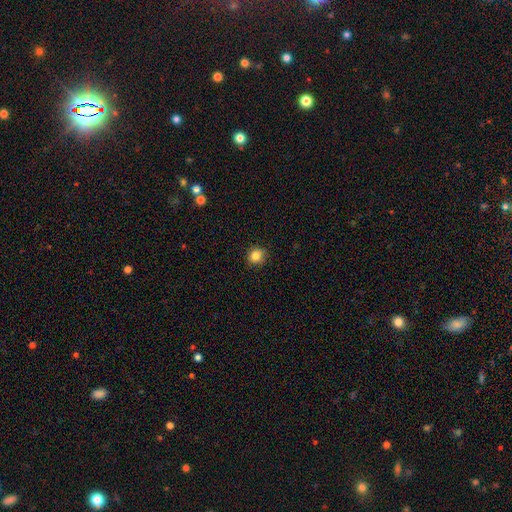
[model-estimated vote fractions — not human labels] A smooth galaxy with no disk features (83%) that is round (86%).

Vote fractions:
- Smooth or featured? smooth: 83% / star or artifact: 11% / featured or disk: 6%
- How rounded? round: 86% / in between: 13% / cigar-shaped: 1%
- Merging? none: 86% / minor disturbance: 11% / major disturbance: 2% / merger: 1%